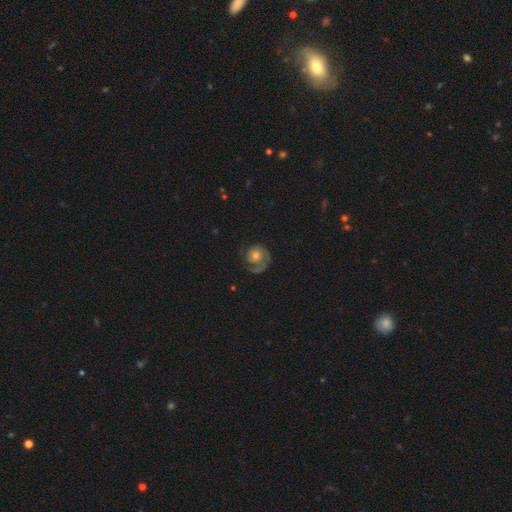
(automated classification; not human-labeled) This is likely a featured or disk galaxy (72%). It is clearly not viewed edge-on (98%). Bar: likely no (80%). Spiral arm pattern: clearly yes (91%). Spiral arm count: likely 1 (61%). Spiral winding: possibly tight (54%). Central bulge: possibly moderate (52%). Merging: likely none (65%).